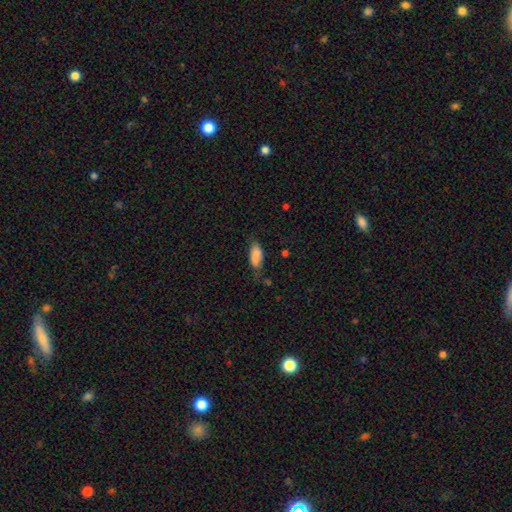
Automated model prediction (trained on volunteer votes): Overall: smooth (87%). How rounded: in between (84%). Merging: none (65%; minor disturbance 26%).